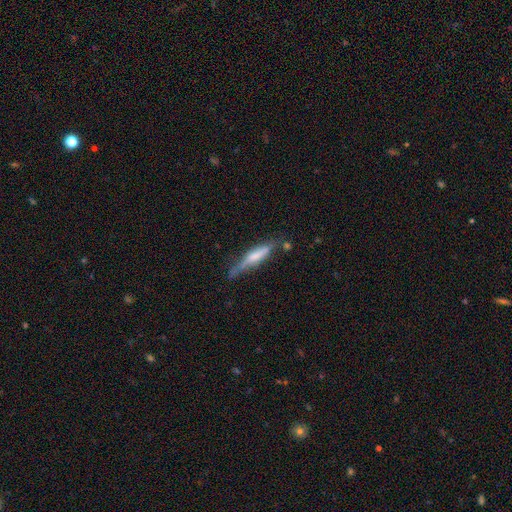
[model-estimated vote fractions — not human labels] A smooth galaxy with no disk features (47%). Merging: none (58%).